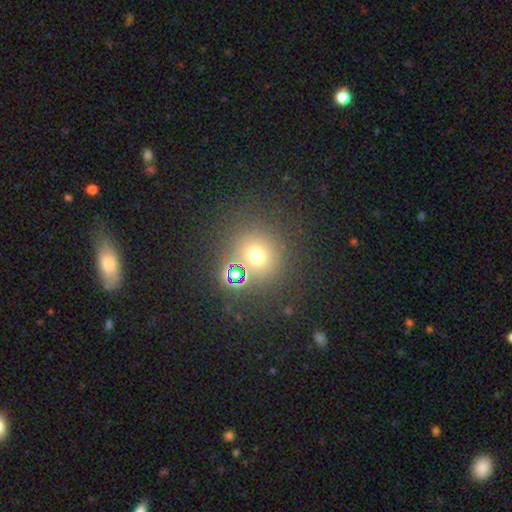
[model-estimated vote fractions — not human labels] Smooth or featured?
  - smooth: 64% *
  - star or artifact: 28%
  - featured or disk: 9%
How rounded?
  - round: 87% *
  - in between: 12%
  - cigar-shaped: 1%
Merging?
  - none: 75% *
  - merger: 11%
  - minor disturbance: 9%
  - major disturbance: 5%